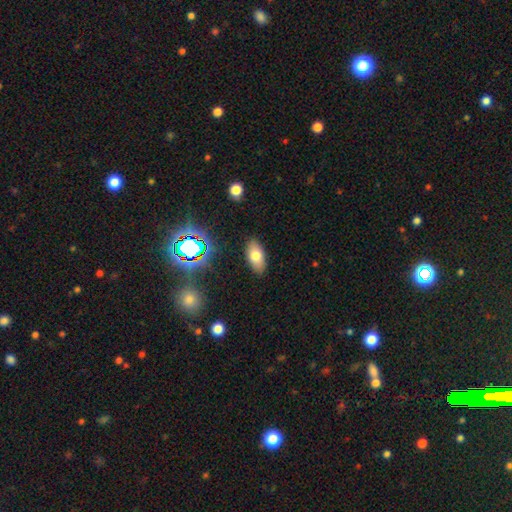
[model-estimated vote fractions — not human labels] Smooth or featured? smooth (73%)
How rounded? in between (91%)
Merging? none (87%)